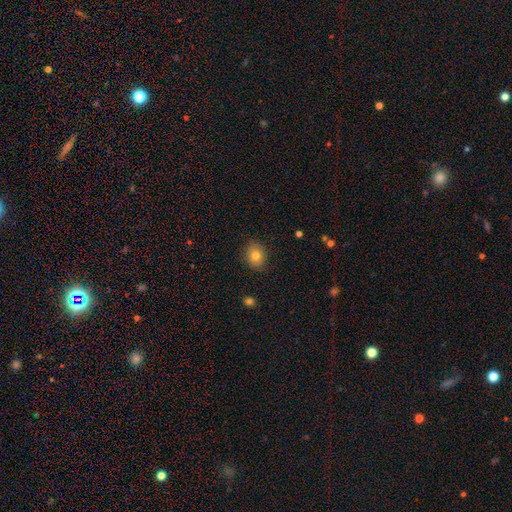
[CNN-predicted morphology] This appears to be a smooth galaxy with no disk features (80%) that is round (63%). Merging: none (88%).